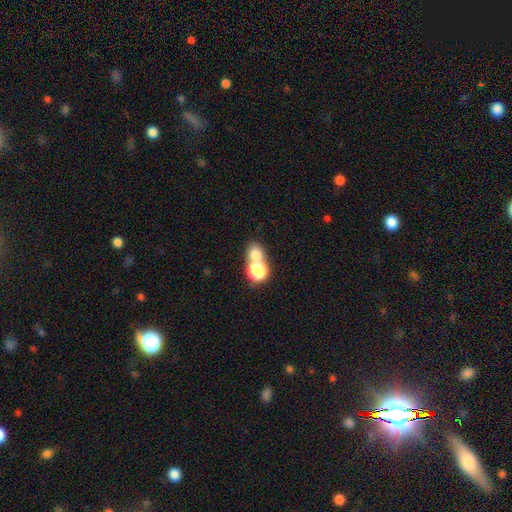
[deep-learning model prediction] smooth 73%, star or artifact 17%, featured or disk 10%. Down the decision tree: how rounded — round (70%); merging — merger (48%).